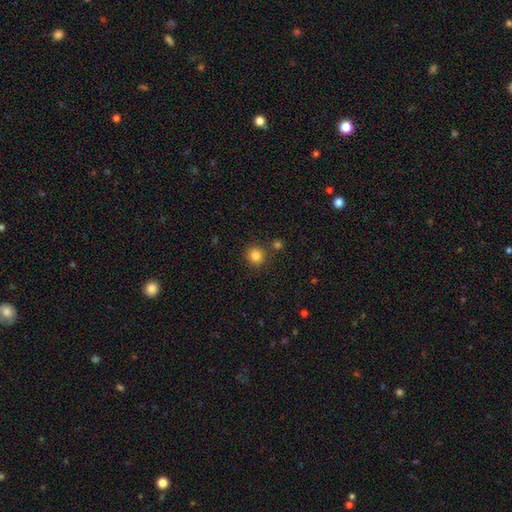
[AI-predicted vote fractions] A smooth galaxy with no disk features (84%) that is round (91%).

Vote fractions:
- Smooth or featured? smooth: 84% / star or artifact: 12% / featured or disk: 5%
- How rounded? round: 91% / in between: 8% / cigar-shaped: 1%
- Merging? none: 83% / minor disturbance: 8% / merger: 7% / major disturbance: 3%